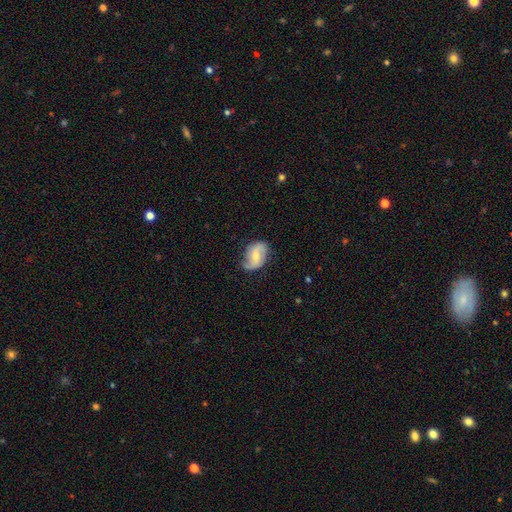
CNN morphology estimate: This appears to be a featured or disk galaxy (66%) with no bar (43%), 2 (85%) loose (52%) spiral arms (90%) and a moderate central bulge (50%). Merging: none (66%).